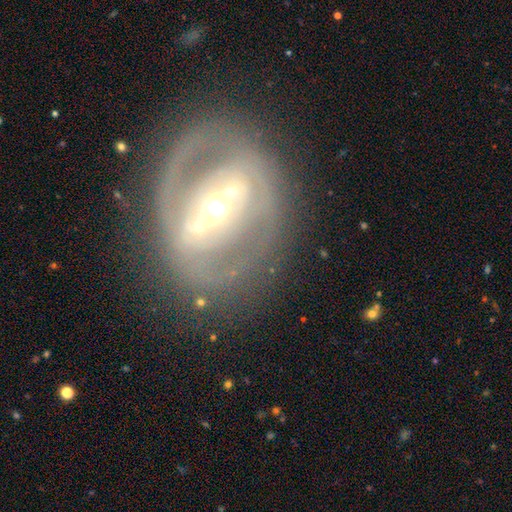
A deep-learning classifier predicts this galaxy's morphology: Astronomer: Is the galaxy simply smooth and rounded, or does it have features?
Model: featured or disk — 83%.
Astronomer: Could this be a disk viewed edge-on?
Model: no — 92%.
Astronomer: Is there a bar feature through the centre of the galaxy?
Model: strong — 67%.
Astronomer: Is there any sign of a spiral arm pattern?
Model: yes — 64%.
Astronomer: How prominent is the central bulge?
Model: moderate — 51% (runner-up: small, 40%).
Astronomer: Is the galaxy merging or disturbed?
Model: none — 73%.